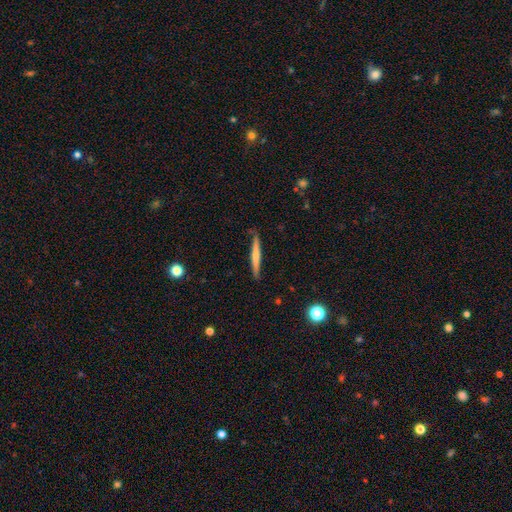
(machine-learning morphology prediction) Smooth or featured? Predicted: smooth (p=0.58). How rounded? Predicted: cigar-shaped (p=0.96). Merging? Predicted: none (p=0.82).